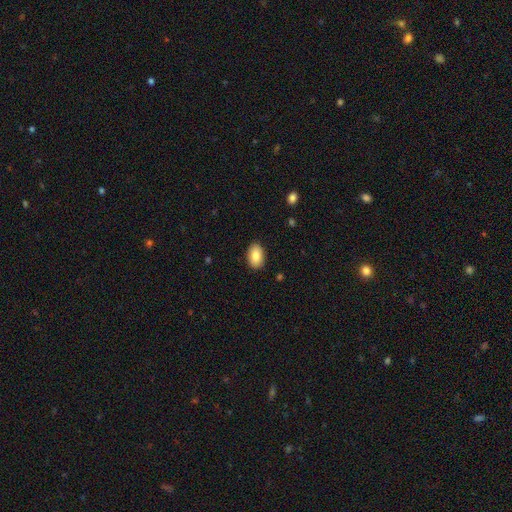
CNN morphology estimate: This appears to be a smooth galaxy with no disk features (85%) that is in between round and cigar-shaped (91%). Merging: none (88%).